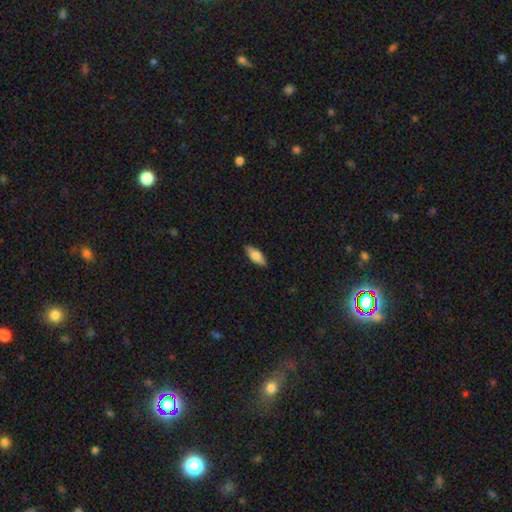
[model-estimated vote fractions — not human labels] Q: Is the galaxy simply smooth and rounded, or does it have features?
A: smooth — 74%.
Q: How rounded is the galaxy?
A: in between — 73%.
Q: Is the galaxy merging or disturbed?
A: none — 88%.